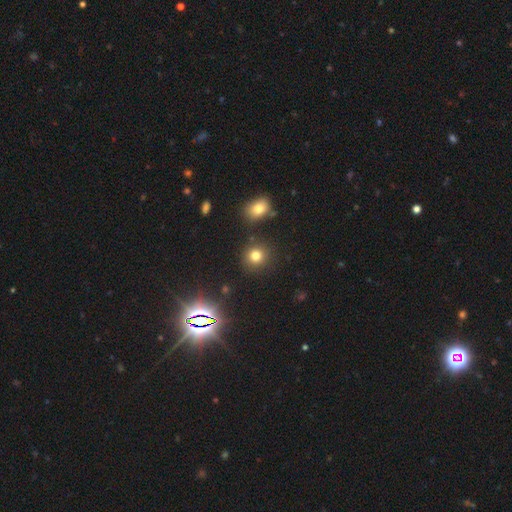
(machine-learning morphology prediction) smooth 77%, star or artifact 17%, featured or disk 6%. Down the decision tree: how rounded — round (88%); merging — none (85%).